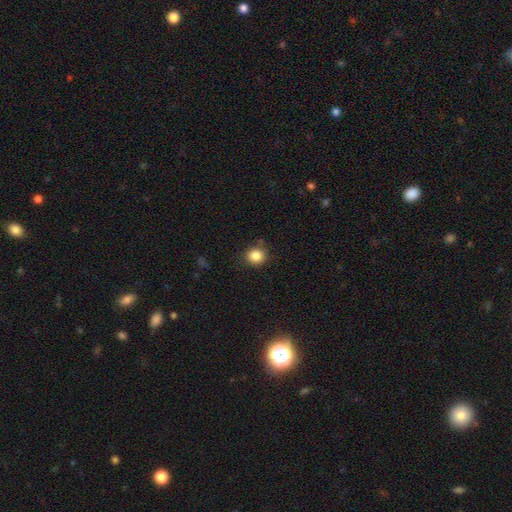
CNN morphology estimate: smooth_or_featured: smooth (p=0.85) [alt: star or artifact p=0.11]
how_rounded: round (p=0.85) [alt: in between p=0.14]
merging: none (p=0.83) [alt: minor disturbance p=0.11]